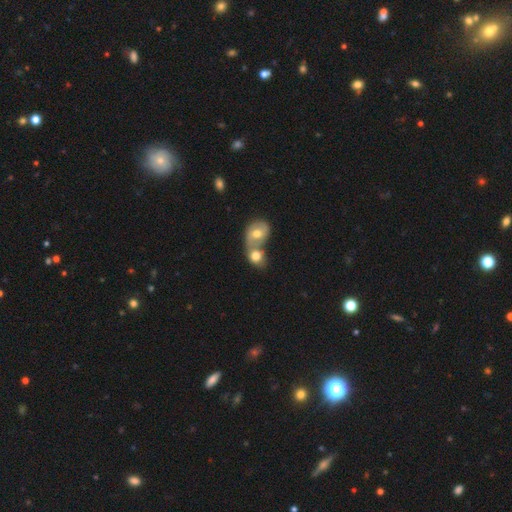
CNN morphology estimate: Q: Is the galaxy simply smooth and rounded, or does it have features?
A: smooth — 71%.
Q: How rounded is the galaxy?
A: round — 54%.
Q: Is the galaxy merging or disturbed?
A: merger — 73%.